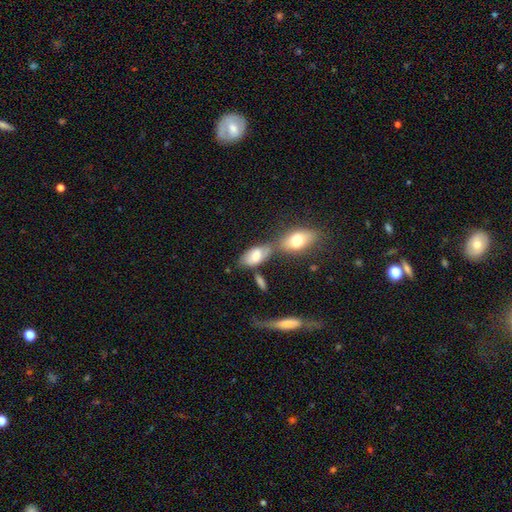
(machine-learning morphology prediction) Overall: smooth (69%). How rounded: in between (91%). Merging: none (38%; merger 34%).